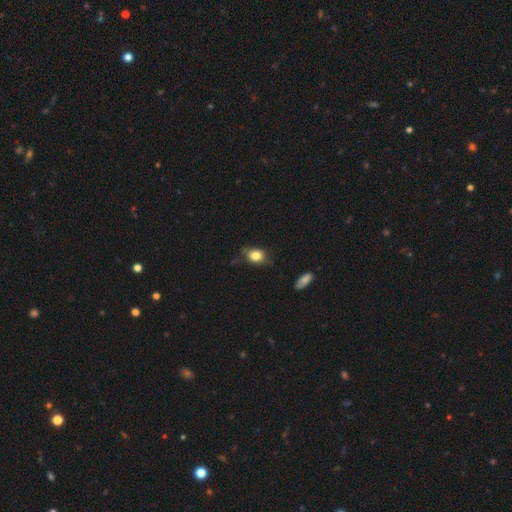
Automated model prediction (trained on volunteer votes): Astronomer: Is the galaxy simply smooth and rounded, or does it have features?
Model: smooth — 78%.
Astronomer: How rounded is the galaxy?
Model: in between — 57% (runner-up: round, 40%).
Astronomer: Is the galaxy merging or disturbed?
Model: none — 59%.